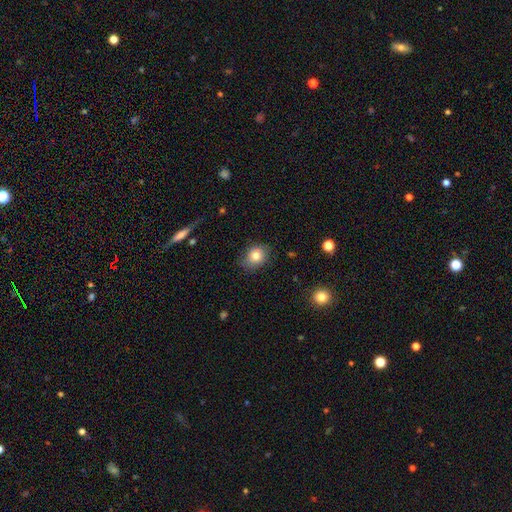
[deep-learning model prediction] The model was most divided on "how rounded": round: 53%, in between: 46%, cigar-shaped: 1%. More confident: smooth or featured — smooth (80%); merging — none (79%).